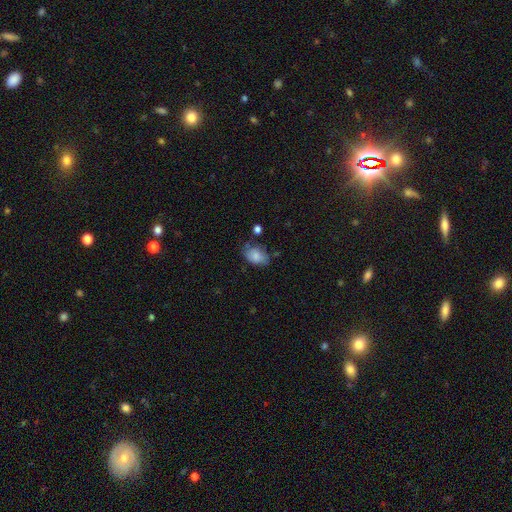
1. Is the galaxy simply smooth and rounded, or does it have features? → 89% smooth, 8% featured or disk, 3% star or artifact.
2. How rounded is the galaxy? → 82% in between, 18% round, 0% cigar-shaped.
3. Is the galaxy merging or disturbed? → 54% none, 32% minor disturbance, 11% major disturbance, 3% merger.